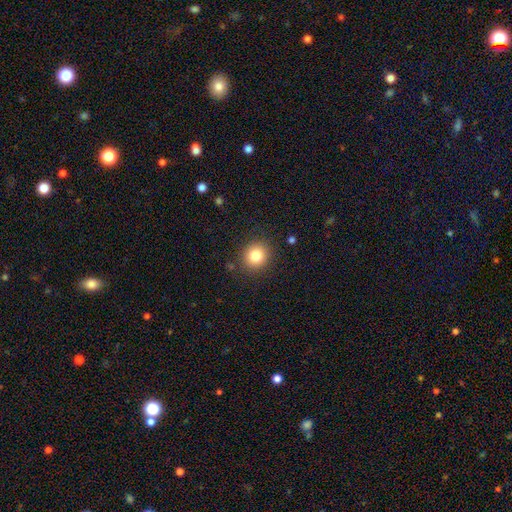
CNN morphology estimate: Smooth or featured: smooth — 82% (star or artifact — 11%)
How rounded: round — 88% (in between — 11%)
Merging: none — 89% (minor disturbance — 7%)